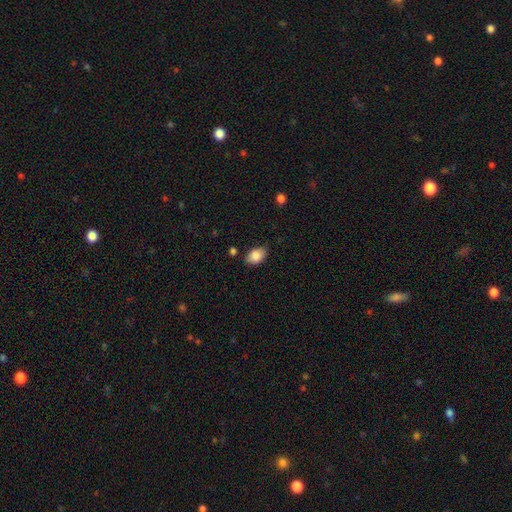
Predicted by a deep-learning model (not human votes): The model was most divided on "merging": none: 78%, minor disturbance: 17%, major disturbance: 3%, merger: 2%. More confident: how rounded — in between (88%); smooth or featured — smooth (87%).